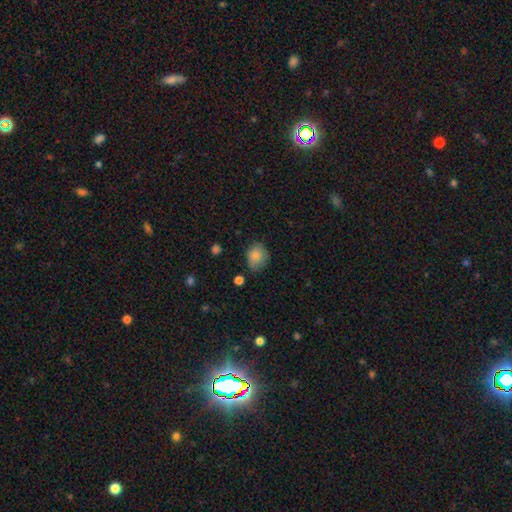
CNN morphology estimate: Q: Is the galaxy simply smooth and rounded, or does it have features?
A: smooth — 84%.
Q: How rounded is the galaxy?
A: round — 51%.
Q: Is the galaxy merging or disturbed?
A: none — 67%.